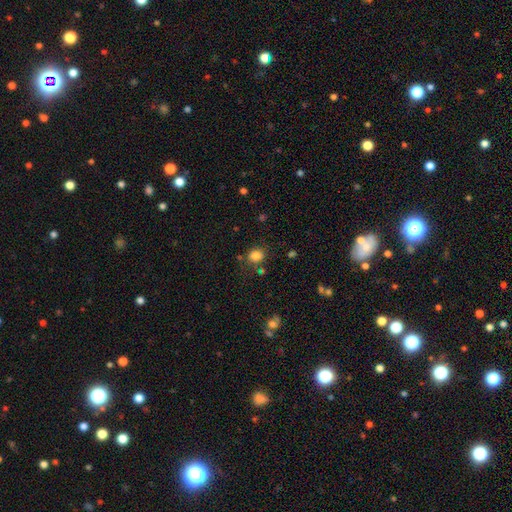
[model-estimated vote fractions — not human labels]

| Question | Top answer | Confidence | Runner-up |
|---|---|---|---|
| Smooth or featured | smooth | 82% | star or artifact (12%) |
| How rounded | round | 67% | in between (33%) |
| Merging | none | 74% | minor disturbance (15%) |